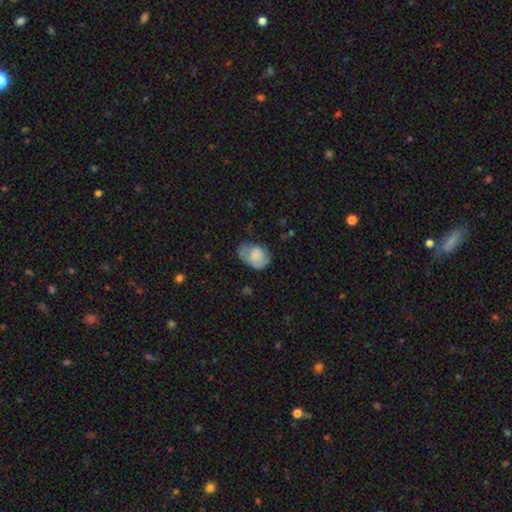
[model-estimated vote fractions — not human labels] This appears to be a smooth galaxy with no disk features (73%) that is in between round and cigar-shaped (75%). Merging: minor disturbance (38%, tied with none).